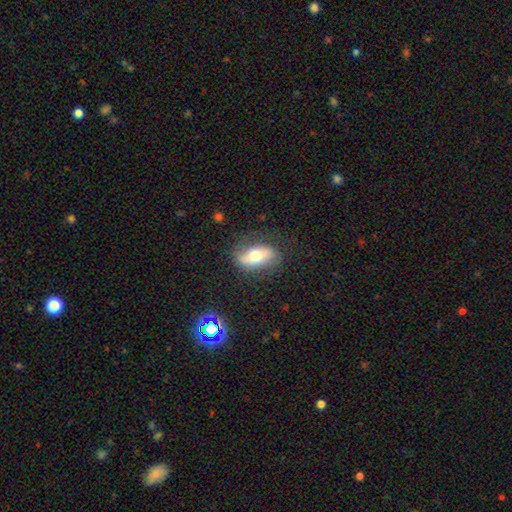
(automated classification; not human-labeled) smooth_or_featured: smooth (p=0.49) [alt: featured or disk p=0.43]
merging: none (p=0.75) [alt: minor disturbance p=0.17]